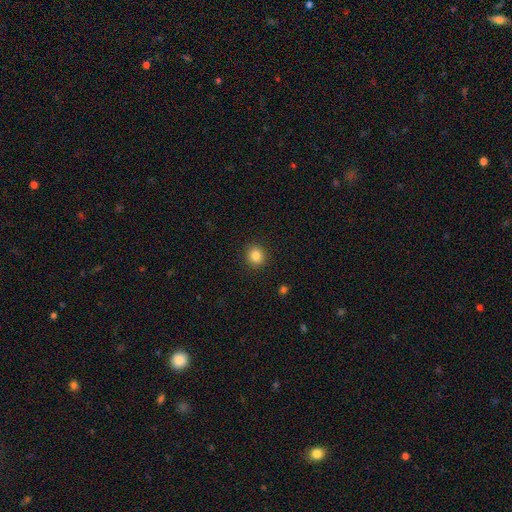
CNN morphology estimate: smooth_or_featured: smooth (p=0.85) [alt: star or artifact p=0.10]
how_rounded: round (p=0.87) [alt: in between p=0.13]
merging: none (p=0.91) [alt: minor disturbance p=0.06]